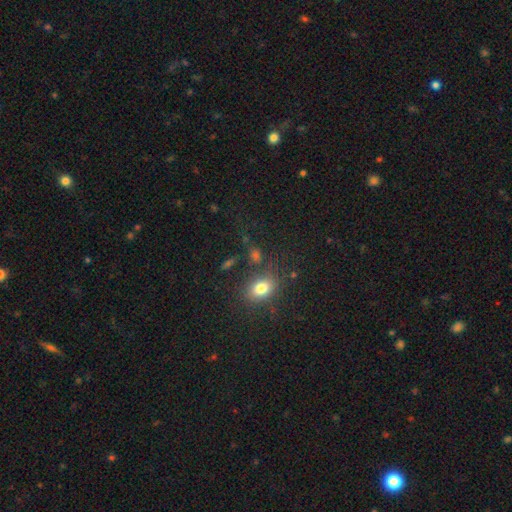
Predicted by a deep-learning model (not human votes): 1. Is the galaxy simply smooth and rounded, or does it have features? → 73% smooth, 18% star or artifact, 9% featured or disk.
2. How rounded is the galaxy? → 63% in between, 34% round, 3% cigar-shaped.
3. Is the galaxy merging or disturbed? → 73% none, 12% minor disturbance, 9% merger, 6% major disturbance.